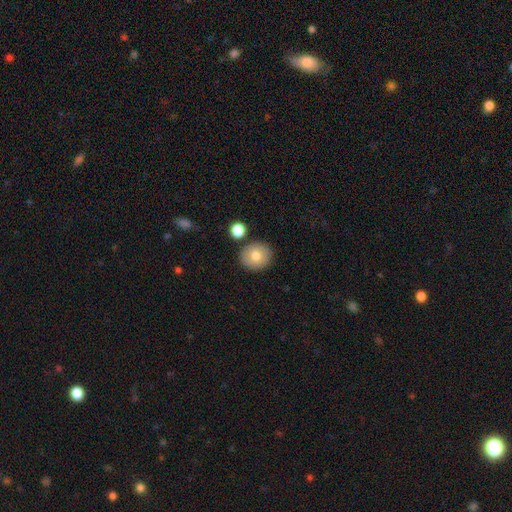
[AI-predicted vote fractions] The model was most divided on "how rounded": round: 81%, in between: 18%, cigar-shaped: 1%. More confident: merging — none (83%); smooth or featured — smooth (78%).